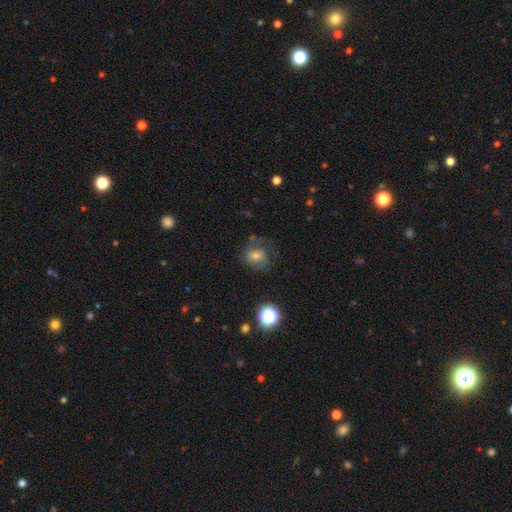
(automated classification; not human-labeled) smooth-or-featured: smooth: 53% | featured or disk: 30% | star or artifact: 17%
  how-rounded: round: 54% | in between: 45% | cigar-shaped: 1%
  merging: none: 59% | minor disturbance: 22% | major disturbance: 17% | merger: 3%